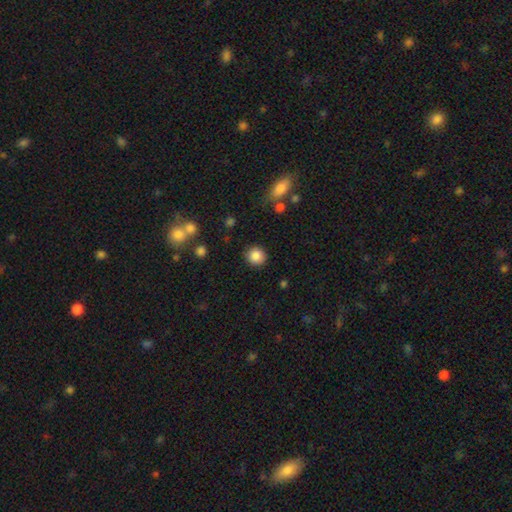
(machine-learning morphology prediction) A smooth galaxy with no disk features (86%) that is round (91%).

Vote fractions:
- Smooth or featured? smooth: 86% / star or artifact: 10% / featured or disk: 5%
- How rounded? round: 91% / in between: 8% / cigar-shaped: 1%
- Merging? none: 89% / minor disturbance: 7% / major disturbance: 3% / merger: 2%